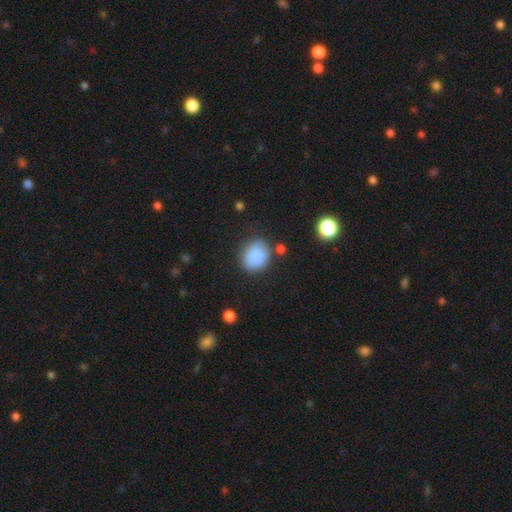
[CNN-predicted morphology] This is clearly a smooth galaxy (85%). How rounded: likely round (60%). Merging: likely none (72%).